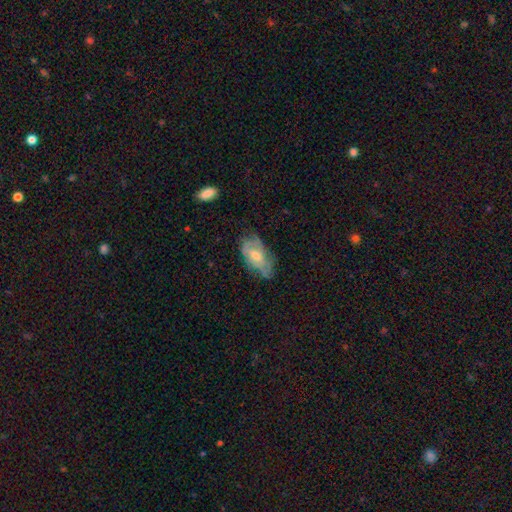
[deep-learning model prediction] Smooth or featured? featured or disk (50%)
Merging? none (57%)